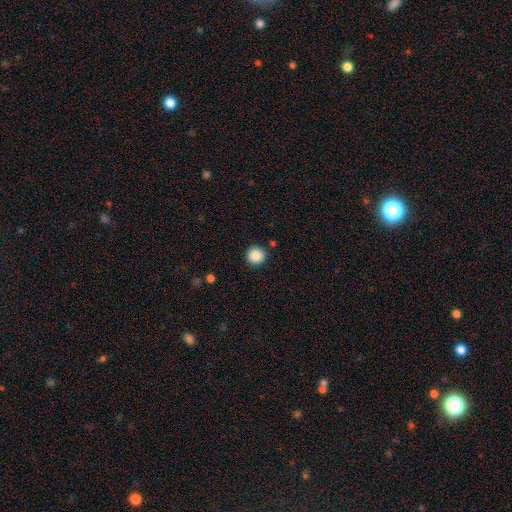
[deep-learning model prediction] smooth 88%, star or artifact 9%, featured or disk 3%. Down the decision tree: how rounded — round (96%); merging — none (91%).